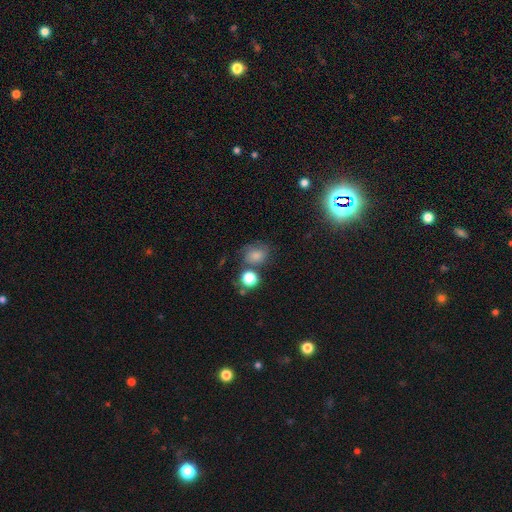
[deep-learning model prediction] Overall: smooth (72%). How rounded: round (56%; in between 43%). Merging: none (54%; minor disturbance 21%).